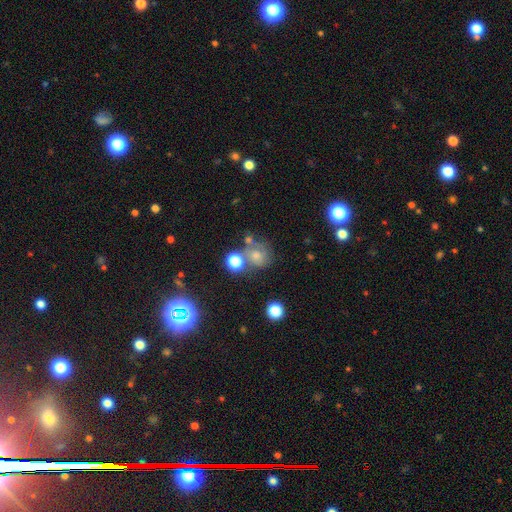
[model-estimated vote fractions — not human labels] A smooth galaxy with no disk features (55%) that is round (77%). Merging: none (45%).